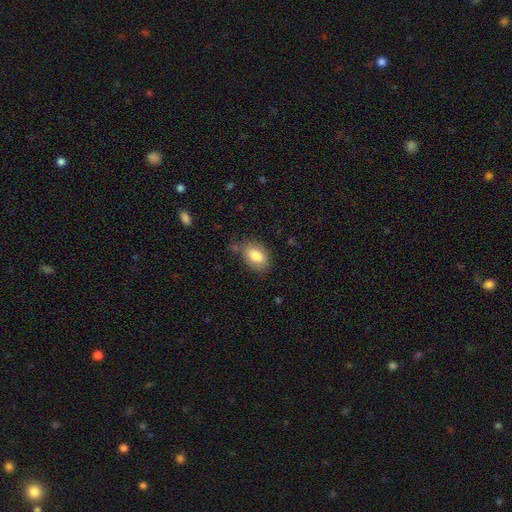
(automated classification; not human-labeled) smooth-or-featured: smooth: 83% | featured or disk: 9% | star or artifact: 7%
  how-rounded: in between: 87% | round: 11% | cigar-shaped: 2%
  merging: none: 66% | minor disturbance: 24% | major disturbance: 6% | merger: 4%